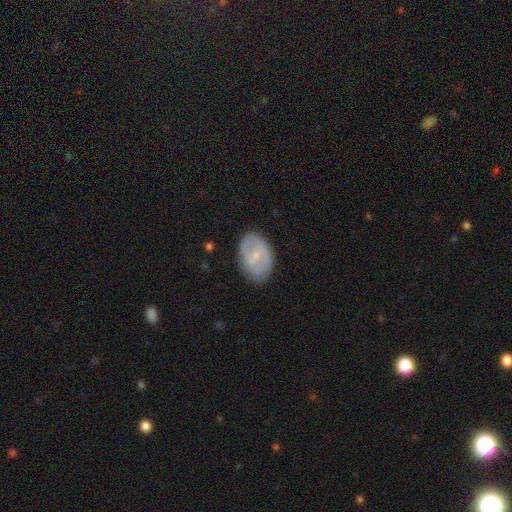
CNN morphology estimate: Smooth or featured?
  - featured or disk: 50% *
  - smooth: 44%
  - star or artifact: 6%
Merging?
  - none: 80% *
  - minor disturbance: 15%
  - major disturbance: 4%
  - merger: 1%